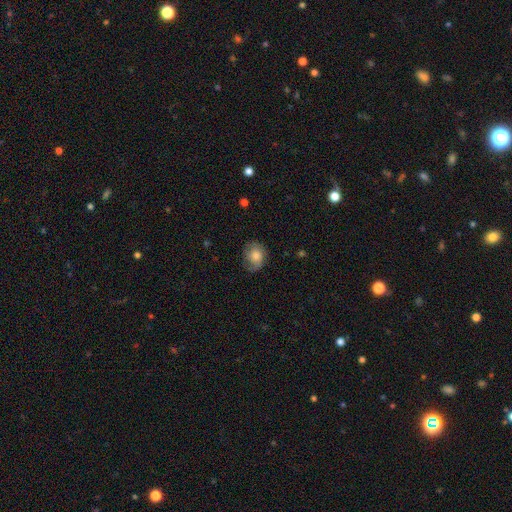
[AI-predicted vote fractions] Morphology: type=smooth (64%); roundness=round (58%); merging=none (63%).